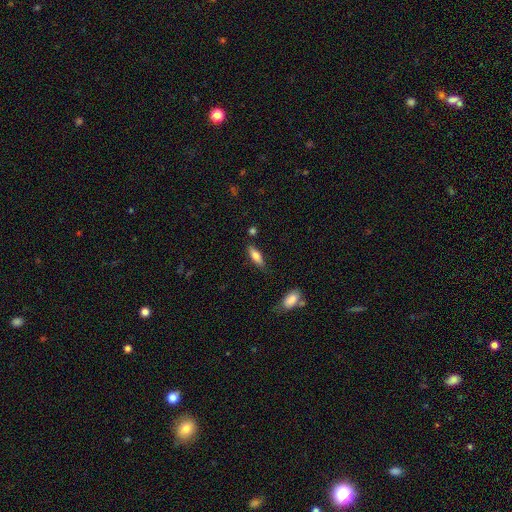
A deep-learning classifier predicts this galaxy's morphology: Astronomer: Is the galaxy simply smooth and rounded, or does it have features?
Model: smooth — 76%.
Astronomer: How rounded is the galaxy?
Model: in between — 61% (runner-up: cigar-shaped, 37%).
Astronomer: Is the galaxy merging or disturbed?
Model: none — 77%.